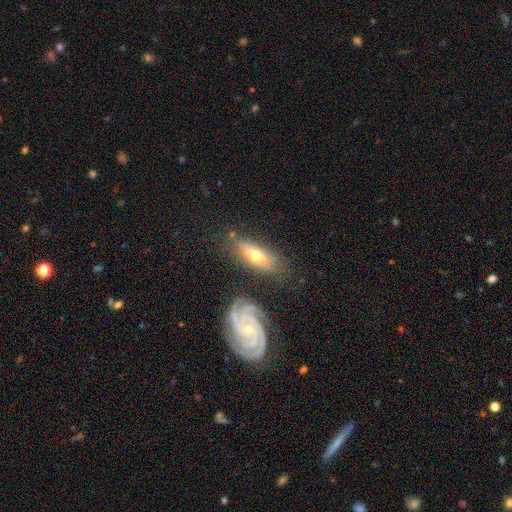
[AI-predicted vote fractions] This is possibly a featured or disk galaxy (49%). Merging: likely none (71%).